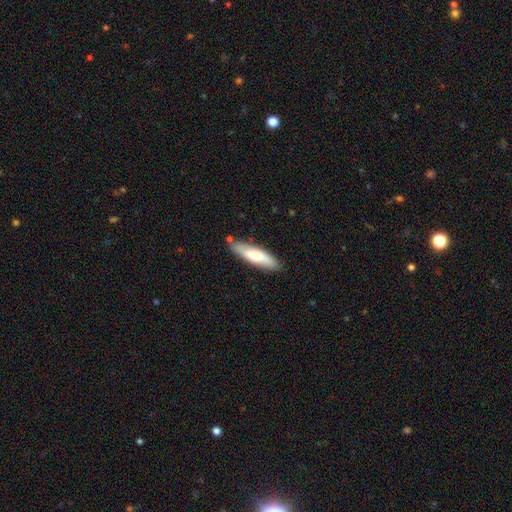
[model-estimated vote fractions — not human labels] Smooth or featured: smooth — 66% (featured or disk — 29%)
How rounded: cigar-shaped — 72% (in between — 26%)
Merging: none — 80% (minor disturbance — 13%)